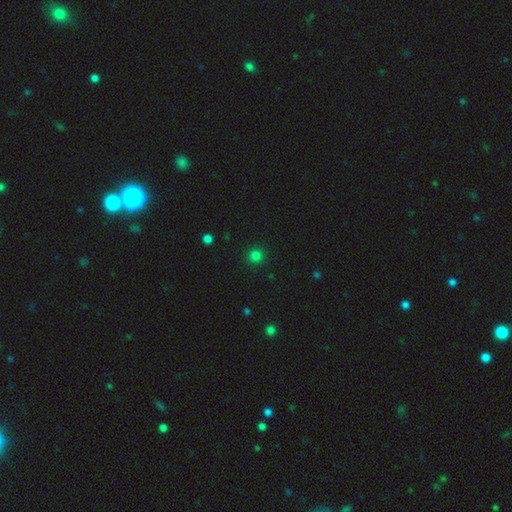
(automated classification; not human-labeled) A smooth galaxy with no disk features (81%) that is round (94%). Merging: none (91%).